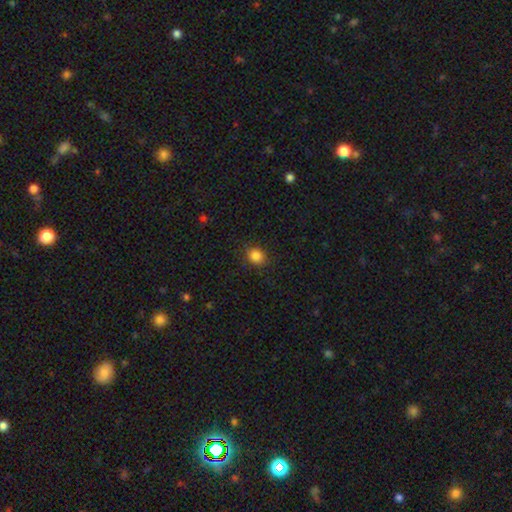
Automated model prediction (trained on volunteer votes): This is clearly a smooth galaxy (85%). How rounded: likely round (73%). Merging: clearly none (88%).